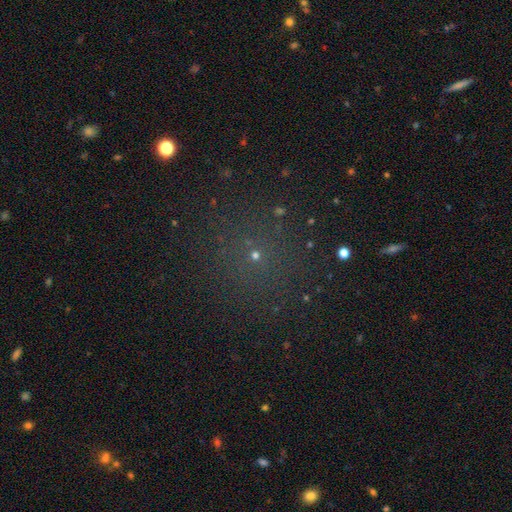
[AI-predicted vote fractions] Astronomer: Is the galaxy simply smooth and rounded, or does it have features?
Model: smooth — 46% (runner-up: star or artifact, 41%).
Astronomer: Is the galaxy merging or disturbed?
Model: none — 84%.